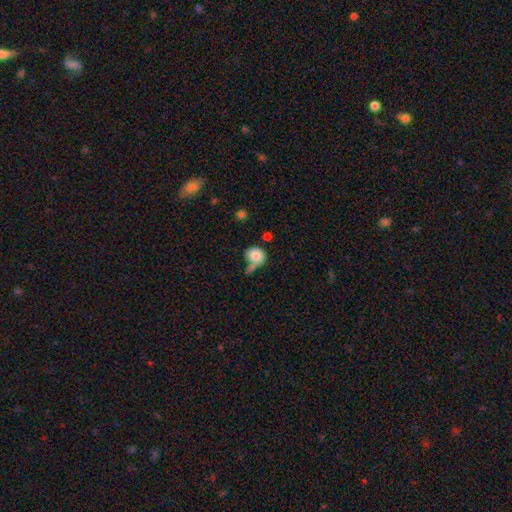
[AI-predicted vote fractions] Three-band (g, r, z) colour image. It shows a smooth galaxy with no disk features (81%) that is round (74%). Merging: none (39%).